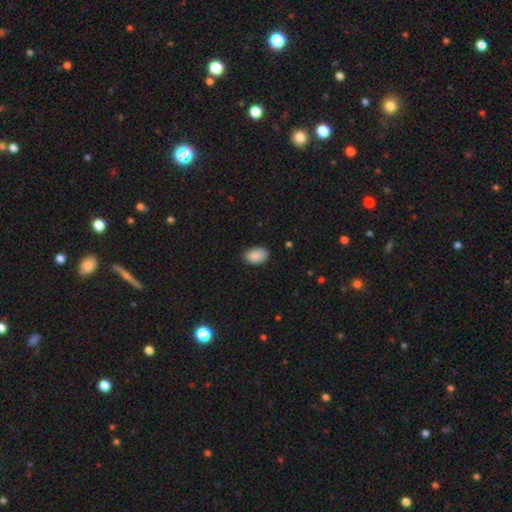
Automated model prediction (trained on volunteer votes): smooth 89%, star or artifact 8%, featured or disk 3%. Down the decision tree: how rounded — in between (88%); merging — none (82%).